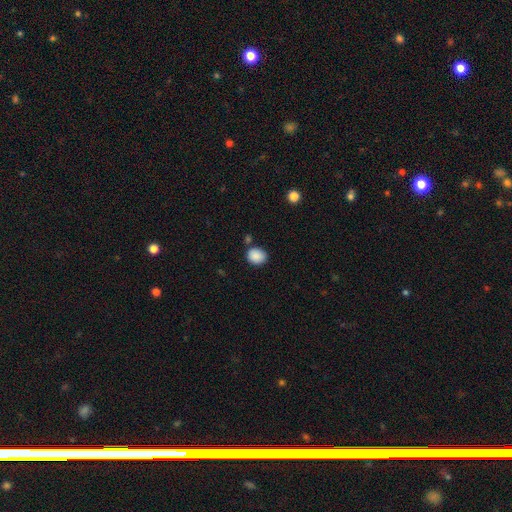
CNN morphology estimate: smooth-or-featured: smooth: 88% | star or artifact: 8% | featured or disk: 4%
  how-rounded: round: 63% | in between: 36% | cigar-shaped: 1%
  merging: none: 77% | minor disturbance: 14% | merger: 7% | major disturbance: 3%